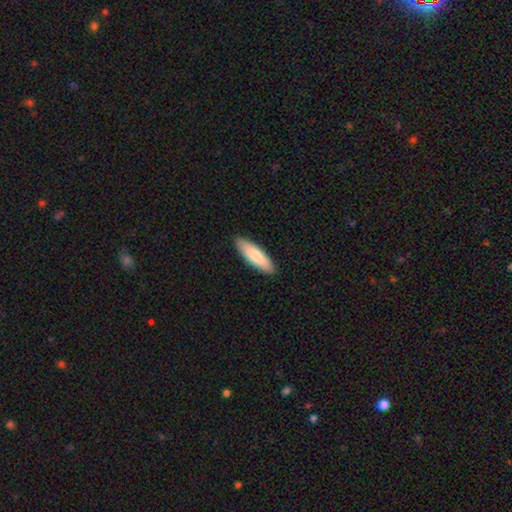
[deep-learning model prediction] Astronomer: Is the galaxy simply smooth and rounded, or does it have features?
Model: smooth — 80%.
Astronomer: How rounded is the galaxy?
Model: in between — 50% (runner-up: cigar-shaped, 49%).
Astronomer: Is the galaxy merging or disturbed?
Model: none — 88%.